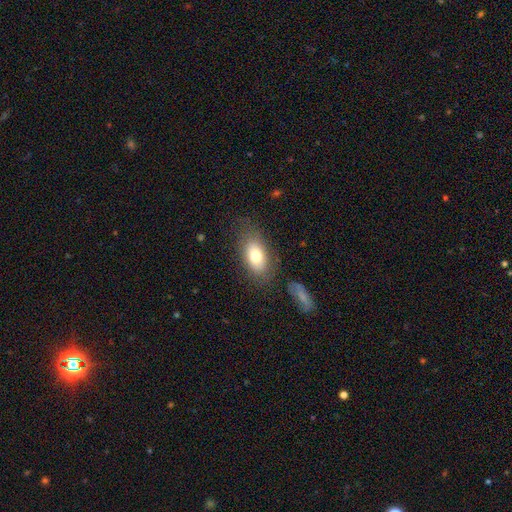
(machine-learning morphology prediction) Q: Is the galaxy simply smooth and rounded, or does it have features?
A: smooth — 76%.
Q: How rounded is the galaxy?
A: in between — 90%.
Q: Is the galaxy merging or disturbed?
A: none — 73%.